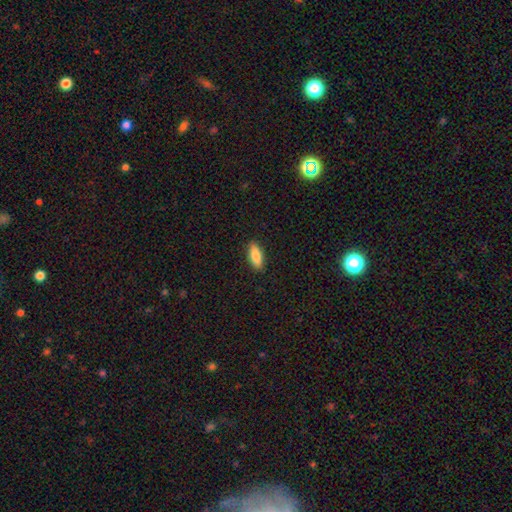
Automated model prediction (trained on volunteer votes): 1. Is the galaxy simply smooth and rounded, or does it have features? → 83% smooth, 11% featured or disk, 6% star or artifact.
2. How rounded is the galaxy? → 74% in between, 24% cigar-shaped, 2% round.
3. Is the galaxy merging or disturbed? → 89% none, 8% minor disturbance, 2% major disturbance, 1% merger.